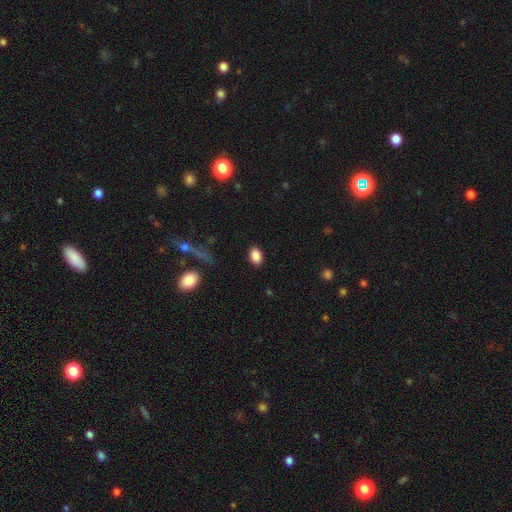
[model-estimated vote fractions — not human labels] smooth_or_featured: smooth (p=0.88) [alt: star or artifact p=0.08]
how_rounded: in between (p=0.87) [alt: round p=0.12]
merging: none (p=0.87) [alt: minor disturbance p=0.09]